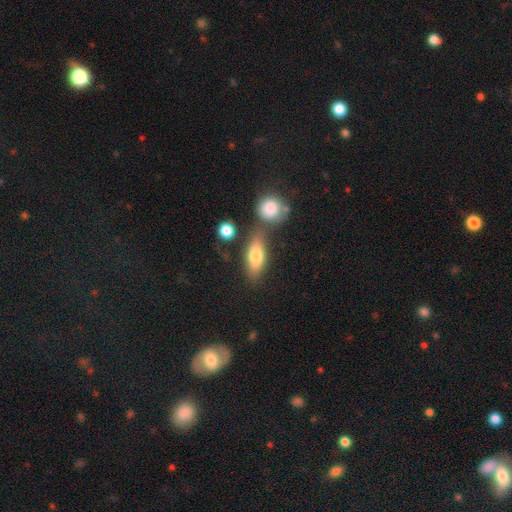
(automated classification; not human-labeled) A smooth galaxy with no disk features (75%) that is in between round and cigar-shaped (73%). Merging: none (63%).